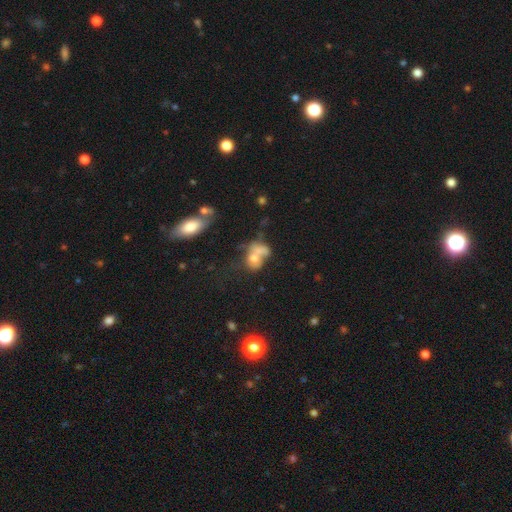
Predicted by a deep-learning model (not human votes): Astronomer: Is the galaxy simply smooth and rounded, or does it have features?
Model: smooth — 63%.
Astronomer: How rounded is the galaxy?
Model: in between — 62%.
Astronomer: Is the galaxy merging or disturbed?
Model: merger — 54%.